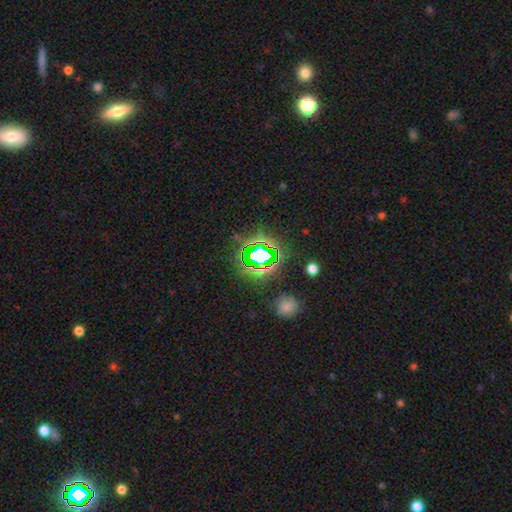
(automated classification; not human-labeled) Smooth or featured: star or artifact — 78% (smooth — 13%)